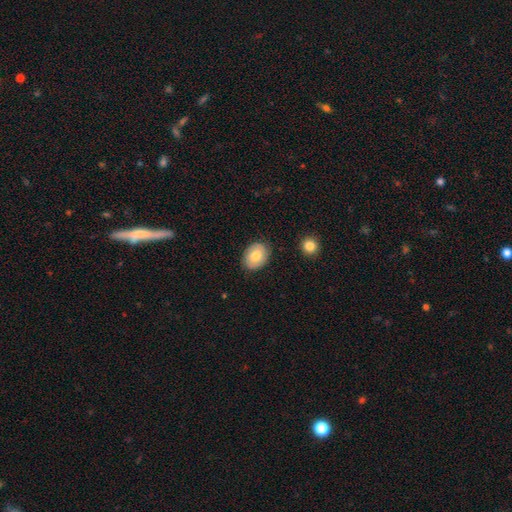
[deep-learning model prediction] Smooth or featured?
  - smooth: 69% *
  - featured or disk: 24%
  - star or artifact: 7%
How rounded?
  - in between: 69% *
  - round: 31%
  - cigar-shaped: 1%
Merging?
  - none: 85% *
  - minor disturbance: 11%
  - major disturbance: 3%
  - merger: 1%